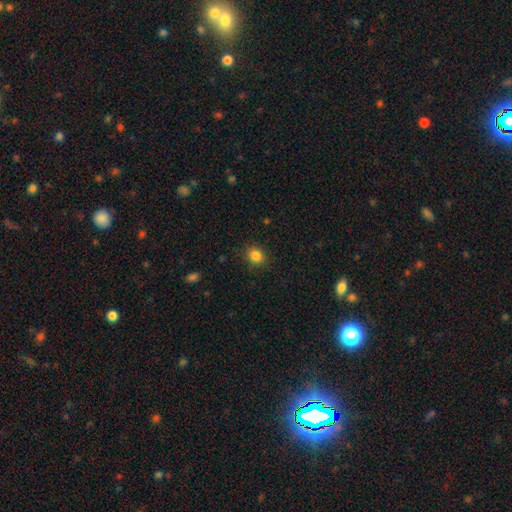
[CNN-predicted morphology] type=smooth (84%); roundness=round (72%); merging=none (89%).